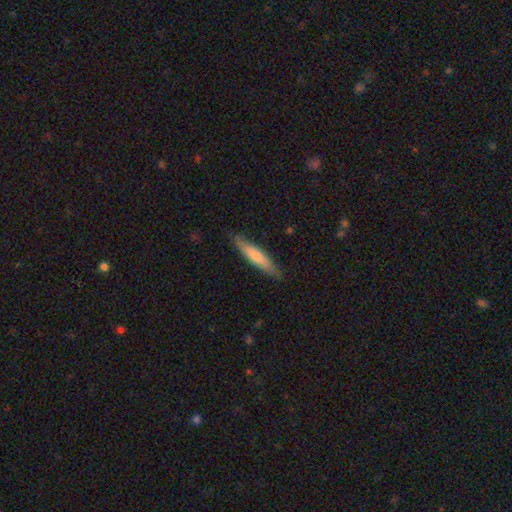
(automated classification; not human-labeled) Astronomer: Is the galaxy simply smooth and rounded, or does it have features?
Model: smooth — 64%.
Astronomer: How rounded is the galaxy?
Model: cigar-shaped — 85%.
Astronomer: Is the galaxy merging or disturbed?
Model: none — 83%.